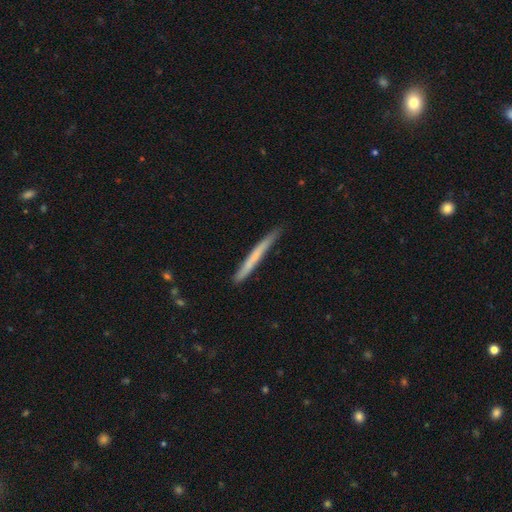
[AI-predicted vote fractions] smooth 56%, featured or disk 38%, star or artifact 6%. Down the decision tree: how rounded — cigar-shaped (97%); merging — none (81%).